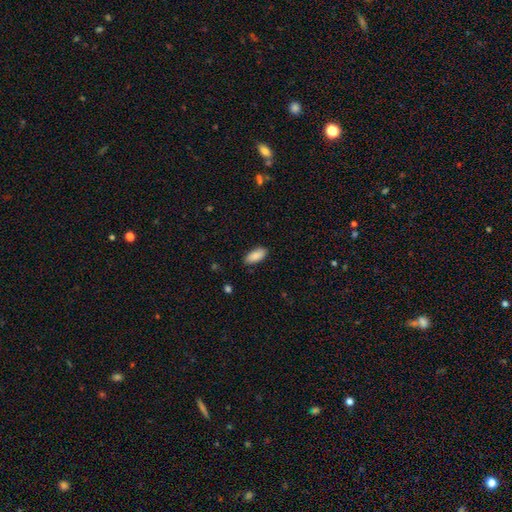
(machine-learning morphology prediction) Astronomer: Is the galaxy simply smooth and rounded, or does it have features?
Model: smooth — 89%.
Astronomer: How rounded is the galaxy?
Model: in between — 88%.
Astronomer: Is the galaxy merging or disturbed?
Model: none — 88%.